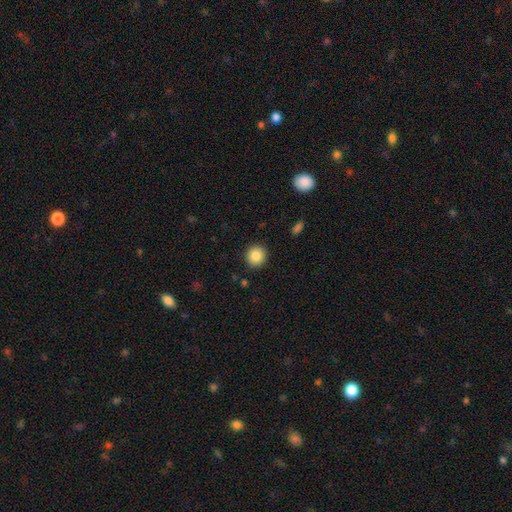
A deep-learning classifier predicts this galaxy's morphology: This is clearly a smooth galaxy (86%). How rounded: clearly round (93%). Merging: clearly none (91%).